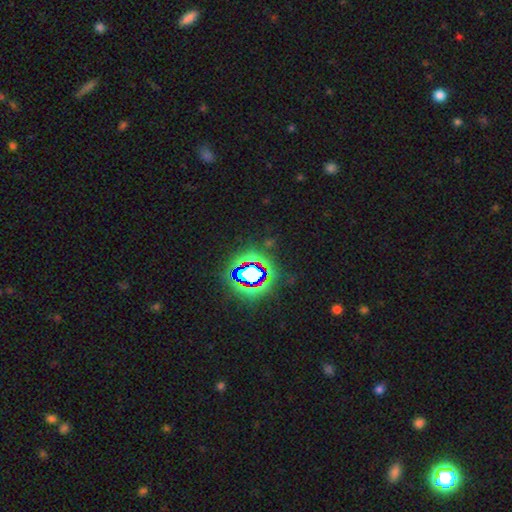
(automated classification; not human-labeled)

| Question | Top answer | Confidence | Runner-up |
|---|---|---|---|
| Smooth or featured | star or artifact | 79% | smooth (12%) |